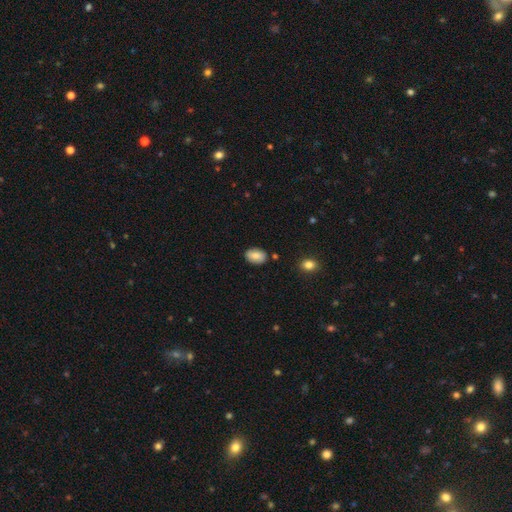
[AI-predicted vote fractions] Smooth or featured? smooth (82%)
How rounded? in between (87%)
Merging? none (83%)